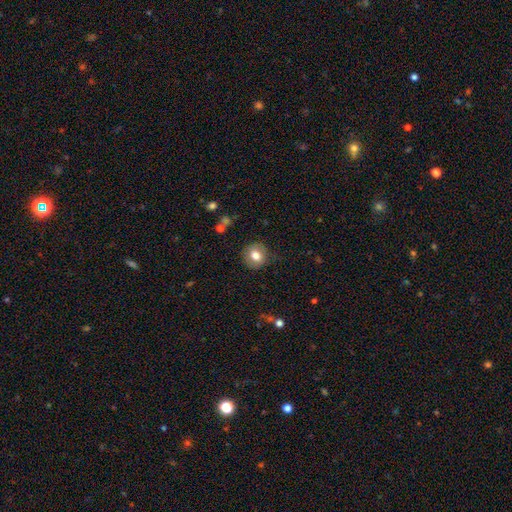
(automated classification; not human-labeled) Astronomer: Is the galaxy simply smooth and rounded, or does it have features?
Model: smooth — 77%.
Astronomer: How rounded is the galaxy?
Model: round — 87%.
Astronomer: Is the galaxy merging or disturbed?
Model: none — 84%.